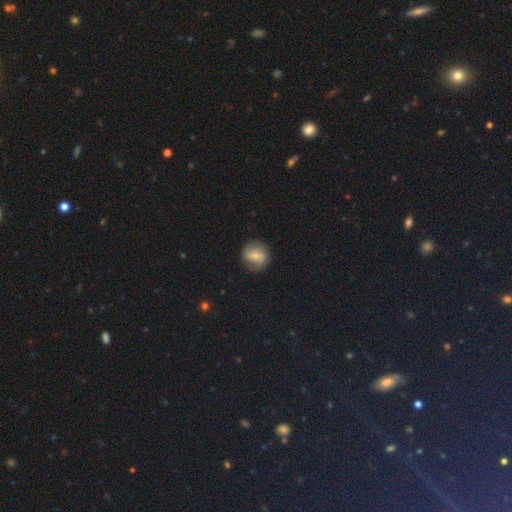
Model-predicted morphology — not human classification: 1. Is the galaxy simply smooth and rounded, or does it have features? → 55% smooth, 36% featured or disk, 9% star or artifact.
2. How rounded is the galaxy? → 86% round, 13% in between, 1% cigar-shaped.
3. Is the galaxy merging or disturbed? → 82% none, 12% minor disturbance, 4% major disturbance, 1% merger.